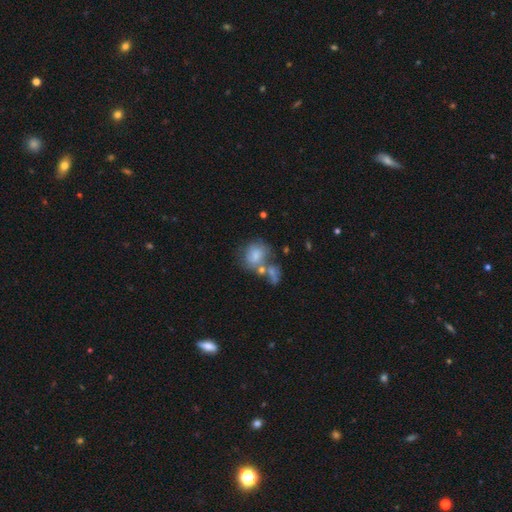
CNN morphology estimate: The model was most divided on "merging": merger: 36%, none: 35%, minor disturbance: 17%, major disturbance: 12%. More confident: smooth or featured — smooth (66%); how rounded — round (65%).